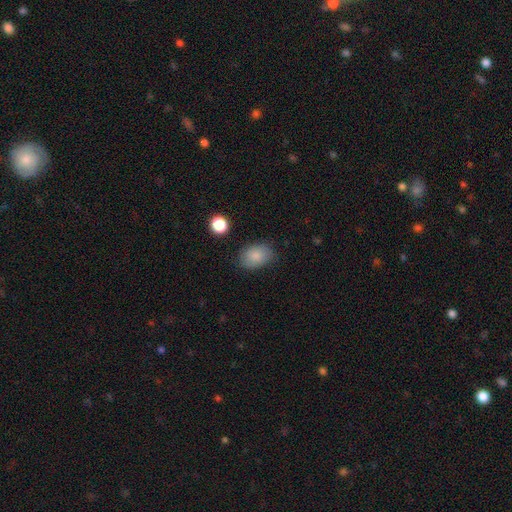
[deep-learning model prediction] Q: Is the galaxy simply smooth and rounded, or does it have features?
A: smooth — 83%.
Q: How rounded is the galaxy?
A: in between — 78%.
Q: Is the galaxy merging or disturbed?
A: none — 78%.